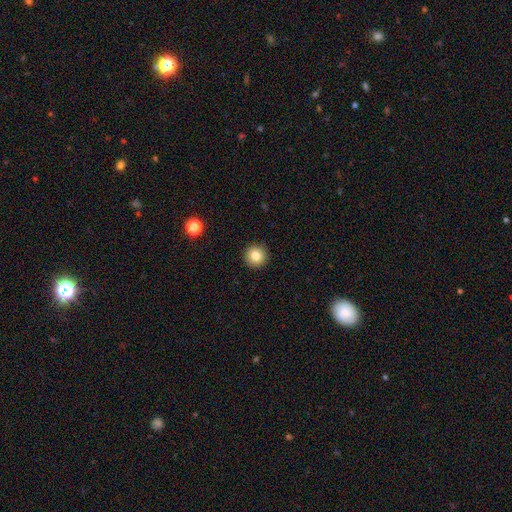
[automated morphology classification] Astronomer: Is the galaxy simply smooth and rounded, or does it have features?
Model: smooth — 82%.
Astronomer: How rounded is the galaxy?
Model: round — 96%.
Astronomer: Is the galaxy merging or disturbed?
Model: none — 93%.